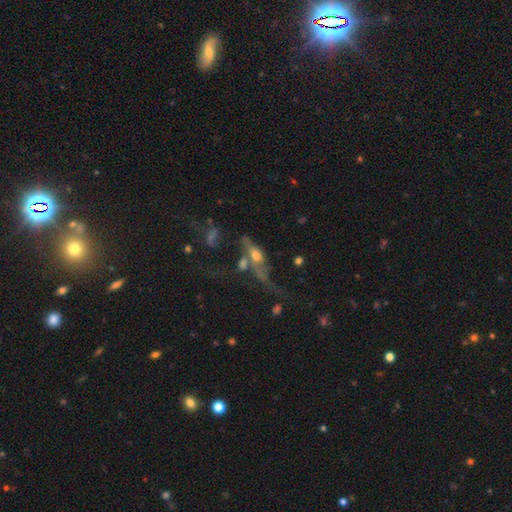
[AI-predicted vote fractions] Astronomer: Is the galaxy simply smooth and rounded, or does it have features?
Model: featured or disk — 56% (runner-up: smooth, 32%).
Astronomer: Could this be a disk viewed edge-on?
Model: no — 55% (runner-up: yes, 45%).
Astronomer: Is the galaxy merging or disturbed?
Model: merger — 30% (runner-up: none, 27%).